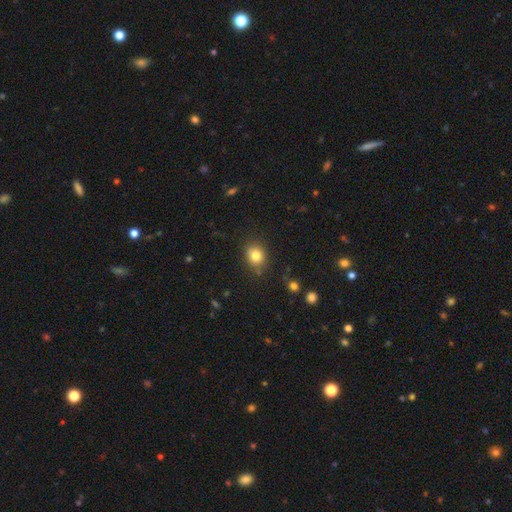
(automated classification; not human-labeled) smooth-or-featured: smooth: 81% | star or artifact: 11% | featured or disk: 8%
  how-rounded: round: 65% | in between: 34% | cigar-shaped: 1%
  merging: none: 80% | minor disturbance: 14% | major disturbance: 3% | merger: 2%